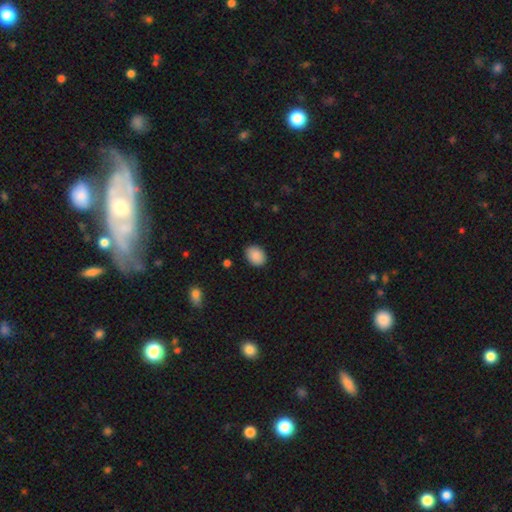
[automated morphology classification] Smooth or featured?
  - smooth: 88% *
  - star or artifact: 8%
  - featured or disk: 4%
How rounded?
  - in between: 62% *
  - round: 37%
  - cigar-shaped: 1%
Merging?
  - none: 87% *
  - minor disturbance: 10%
  - major disturbance: 2%
  - merger: 1%